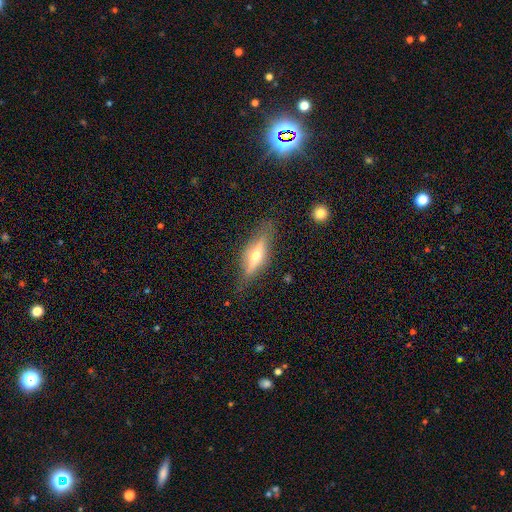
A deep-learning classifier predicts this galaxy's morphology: smooth-or-featured: featured or disk: 66% | smooth: 27% | star or artifact: 7%
  disk-edge-on: yes: 91% | no: 9%
    edge-on-bulge: rounded: 93% | boxy: 4% | none: 3%
  merging: none: 81% | minor disturbance: 14% | major disturbance: 4% | merger: 1%